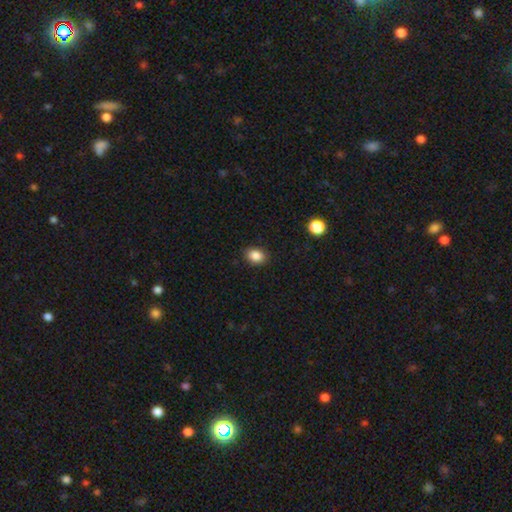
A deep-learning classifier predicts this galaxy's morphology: A smooth galaxy with no disk features (86%) that is in between round and cigar-shaped (64%).

Vote fractions:
- Smooth or featured? smooth: 86% / star or artifact: 9% / featured or disk: 4%
- How rounded? in between: 64% / round: 35% / cigar-shaped: 1%
- Merging? none: 88% / minor disturbance: 8% / major disturbance: 2% / merger: 1%